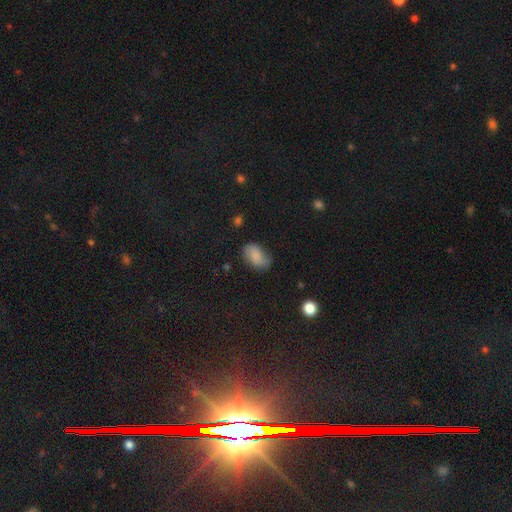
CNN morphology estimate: smooth 79%, featured or disk 12%, star or artifact 9%. Down the decision tree: how rounded — in between (91%); merging — none (64%).